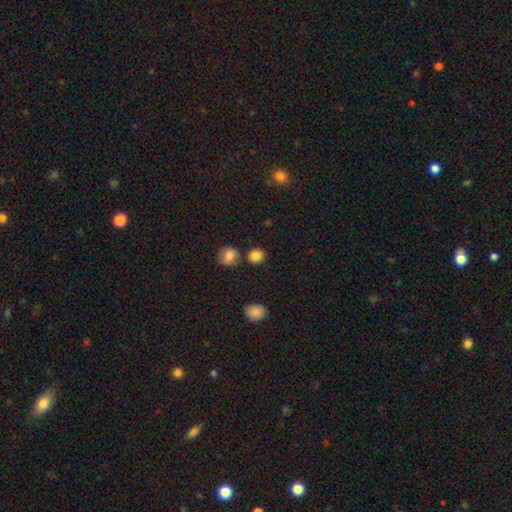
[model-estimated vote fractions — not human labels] A smooth galaxy with no disk features (85%) that is round (80%).

Vote fractions:
- Smooth or featured? smooth: 85% / star or artifact: 10% / featured or disk: 5%
- How rounded? round: 80% / in between: 19% / cigar-shaped: 1%
- Merging? none: 77% / merger: 11% / minor disturbance: 9% / major disturbance: 3%